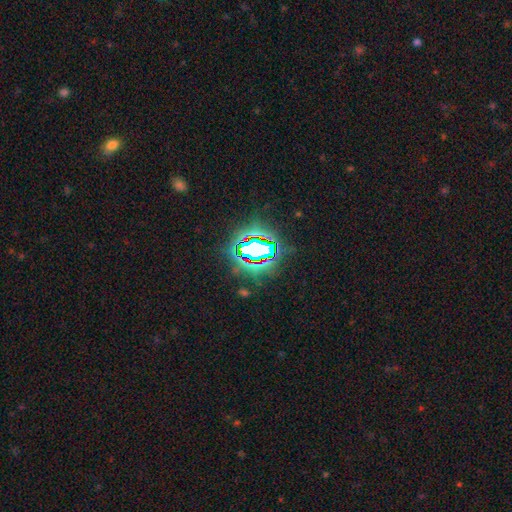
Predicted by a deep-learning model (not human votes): This appears to be a star or artifact, not a galaxy (81%).